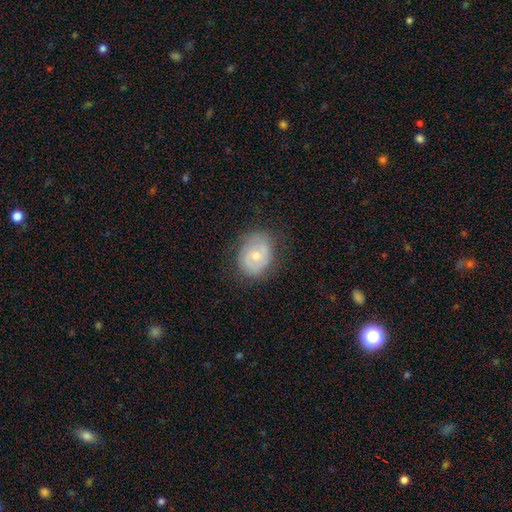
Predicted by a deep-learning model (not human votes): Overall: smooth (55%; featured or disk 37%). How rounded: round (50%; in between 49%). Merging: none (73%).